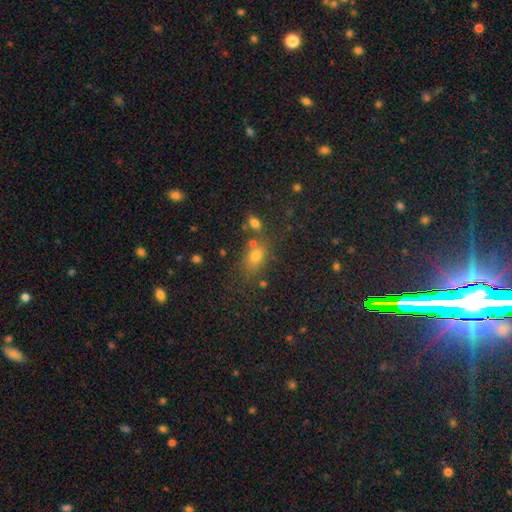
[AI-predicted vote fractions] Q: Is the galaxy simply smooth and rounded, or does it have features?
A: smooth — 70%.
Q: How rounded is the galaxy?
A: in between — 70%.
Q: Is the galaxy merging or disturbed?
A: none — 61%.